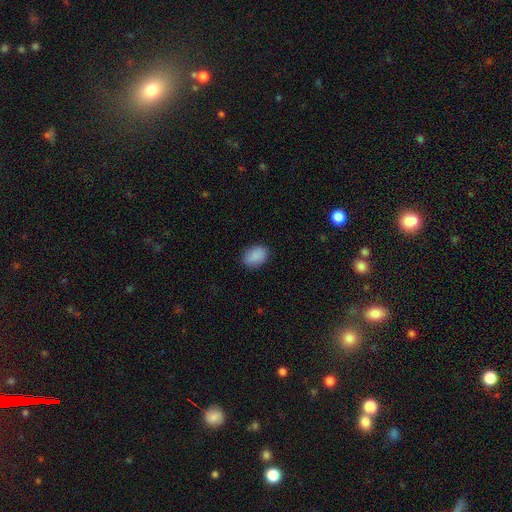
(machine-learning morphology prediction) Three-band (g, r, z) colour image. It shows a smooth galaxy with no disk features (88%) that is in between round and cigar-shaped (70%). Merging: none (85%).